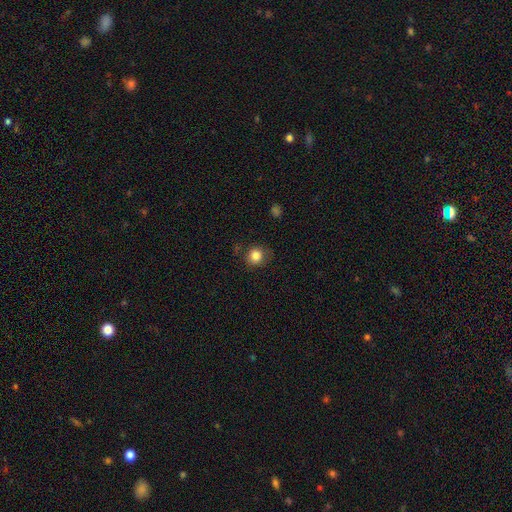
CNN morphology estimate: Smooth or featured? Predicted: smooth (p=0.84). How rounded? Predicted: round (p=0.85). Merging? Predicted: none (p=0.79).